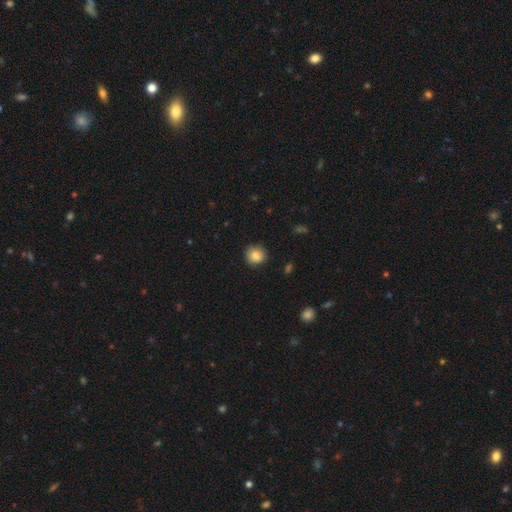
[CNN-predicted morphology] This is clearly a smooth galaxy (85%). How rounded: clearly round (92%). Merging: clearly none (88%).